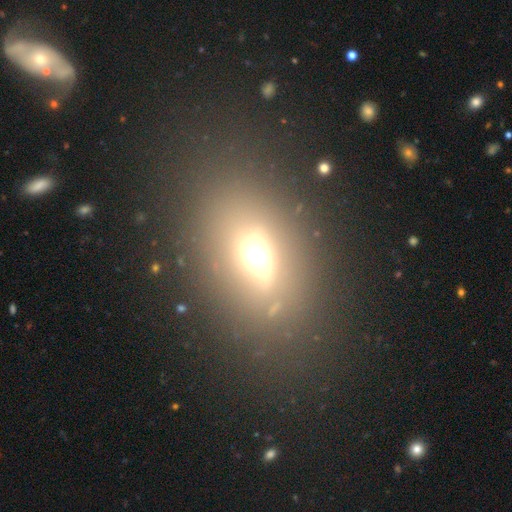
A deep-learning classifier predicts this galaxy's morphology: Smooth or featured? smooth (52%)
How rounded? in between (75%)
Merging? none (75%)